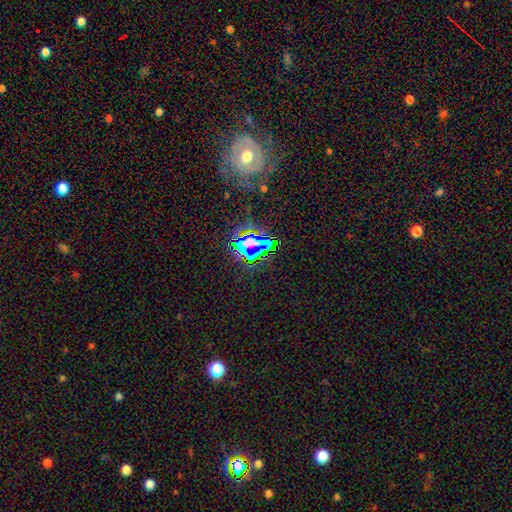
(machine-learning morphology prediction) This appears to be a star or artifact, not a galaxy (70%).